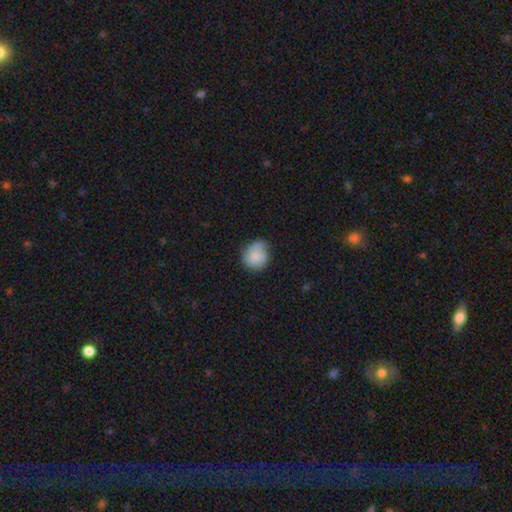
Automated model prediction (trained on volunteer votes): smooth 72%, featured or disk 20%, star or artifact 7%. Down the decision tree: how rounded — round (77%); merging — none (56%).